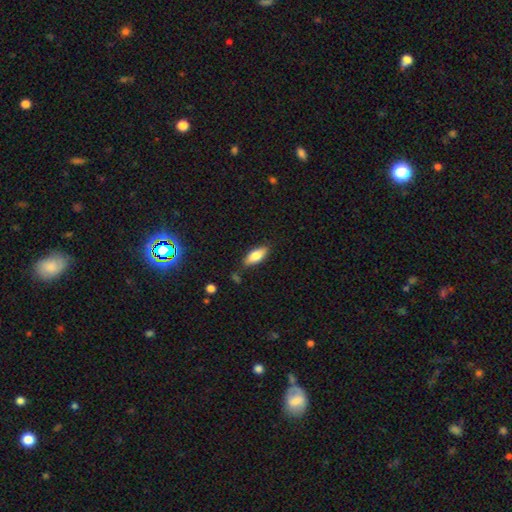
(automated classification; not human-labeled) This is likely a smooth galaxy (77%). How rounded: likely in between (76%). Merging: clearly none (81%).